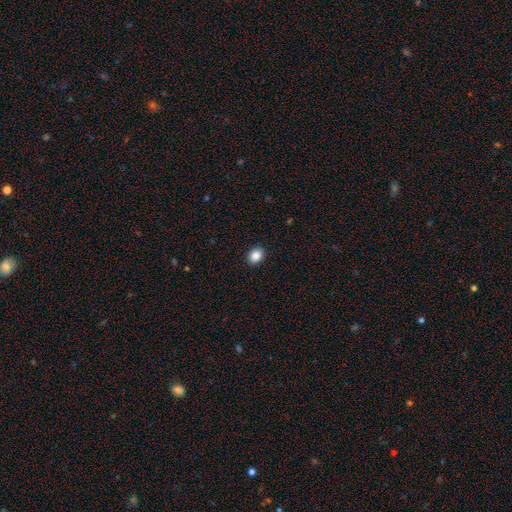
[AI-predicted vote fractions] smooth 87%, star or artifact 9%, featured or disk 4%. Down the decision tree: how rounded — in between (54%); merging — none (91%).